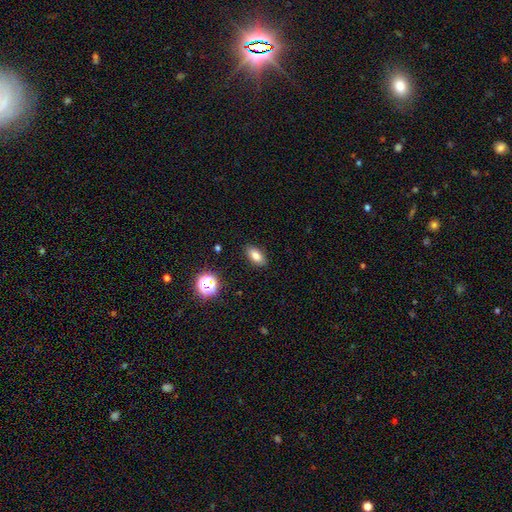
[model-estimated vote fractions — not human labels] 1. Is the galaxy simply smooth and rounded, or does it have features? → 80% smooth, 12% star or artifact, 9% featured or disk.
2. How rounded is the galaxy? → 88% in between, 7% cigar-shaped, 6% round.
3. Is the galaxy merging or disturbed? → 88% none, 8% minor disturbance, 2% major disturbance, 1% merger.